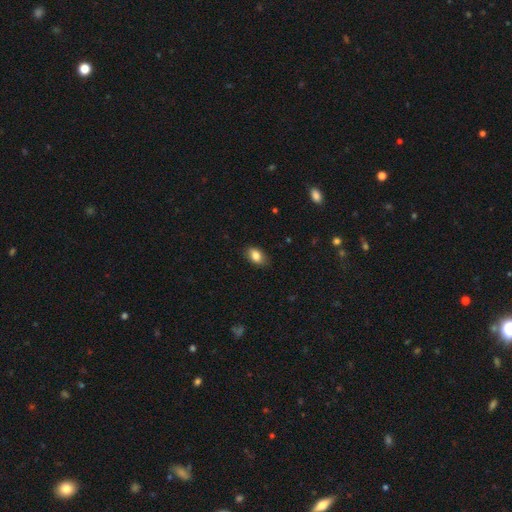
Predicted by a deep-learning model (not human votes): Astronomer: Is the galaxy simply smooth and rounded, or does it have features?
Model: smooth — 83%.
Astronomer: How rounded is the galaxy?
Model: in between — 87%.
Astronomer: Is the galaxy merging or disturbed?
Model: none — 83%.